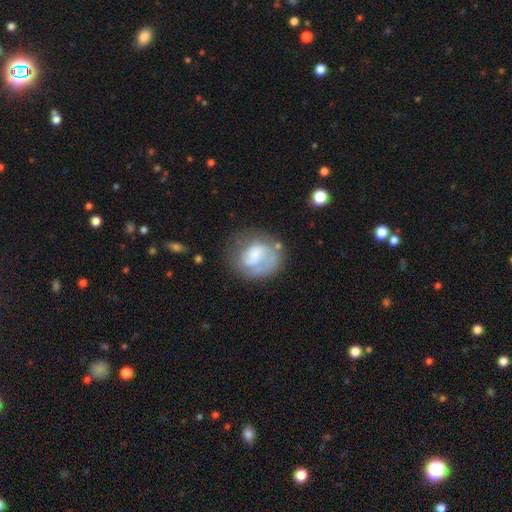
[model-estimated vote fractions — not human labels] Smooth or featured? Predicted: featured or disk (p=0.58). Edge-on disk? Predicted: no (p=0.98). Bar? Predicted: no (p=0.61). Spiral arms? Predicted: yes (p=0.77). Bulge size? Predicted: small (p=0.34). Merging? Predicted: none (p=0.55).